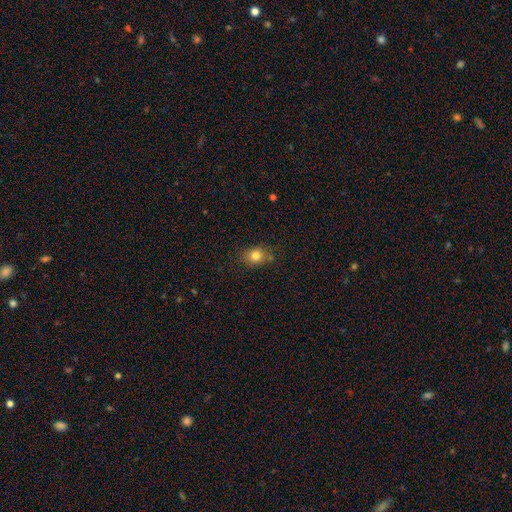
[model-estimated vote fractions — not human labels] Overall: smooth (81%). How rounded: in between (53%; round 46%). Merging: none (75%).